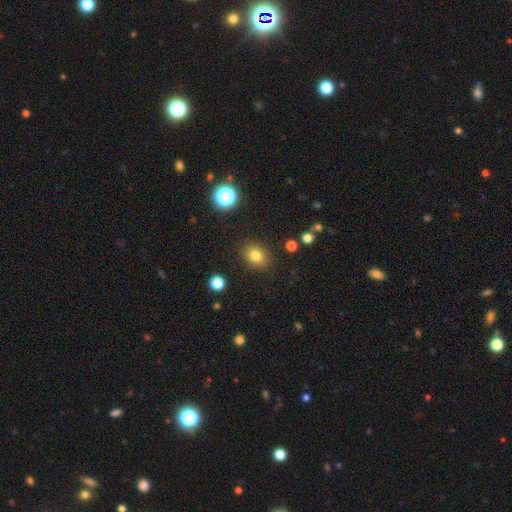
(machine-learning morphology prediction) A smooth galaxy with no disk features (80%) that is round (56%). Merging: none (87%).